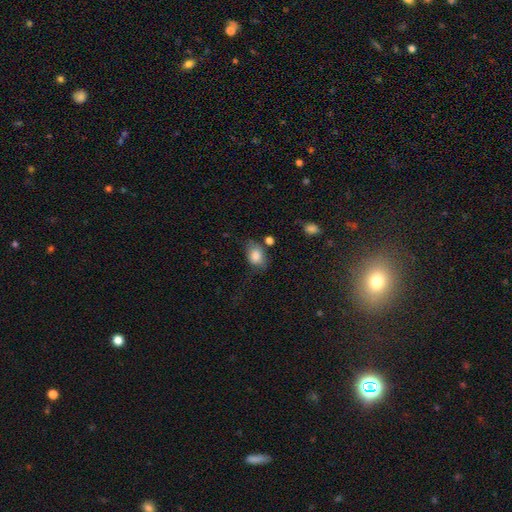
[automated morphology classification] This appears to be a smooth galaxy with no disk features (82%) that is in between round and cigar-shaped (78%). Merging: none (55%).